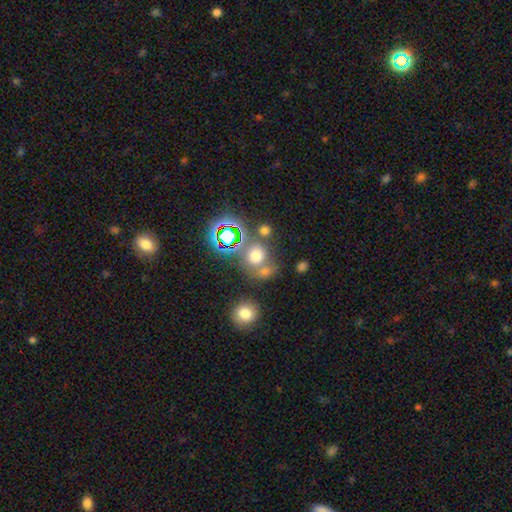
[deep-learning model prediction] Q: Smooth or featured?
A: smooth (63%); runner-up: star or artifact (26%)
Q: How rounded?
A: round (79%); runner-up: in between (20%)
Q: Merging?
A: none (57%); runner-up: merger (26%)